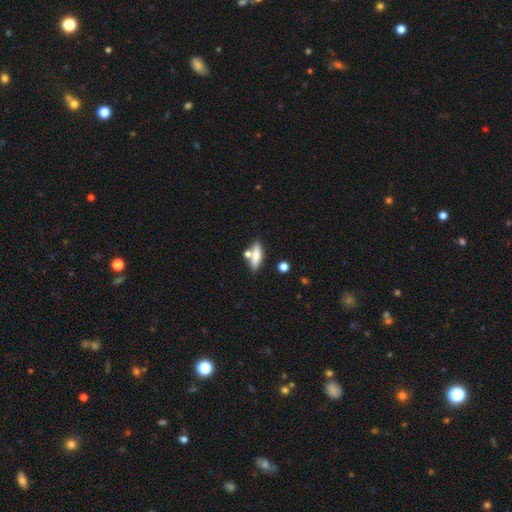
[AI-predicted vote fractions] A smooth galaxy with no disk features (61%) that is cigar-shaped (50%).

Vote fractions:
- Smooth or featured? smooth: 61% / featured or disk: 32% / star or artifact: 7%
- How rounded? cigar-shaped: 50% / in between: 45% / round: 5%
- Merging? none: 65% / merger: 20% / minor disturbance: 12% / major disturbance: 4%